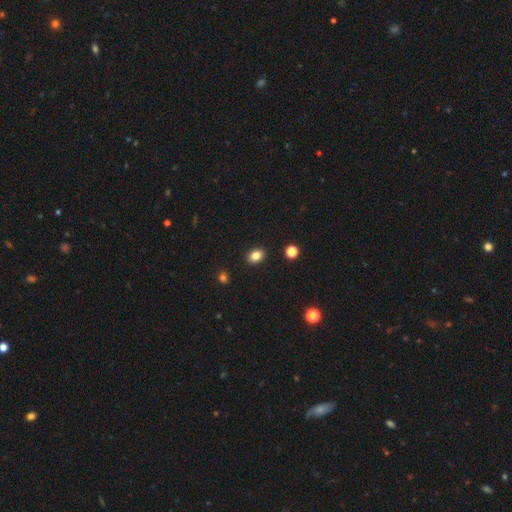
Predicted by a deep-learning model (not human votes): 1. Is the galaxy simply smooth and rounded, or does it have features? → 84% smooth, 10% star or artifact, 5% featured or disk.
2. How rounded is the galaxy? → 72% in between, 27% round, 1% cigar-shaped.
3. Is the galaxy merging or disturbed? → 90% none, 7% minor disturbance, 2% major disturbance, 2% merger.